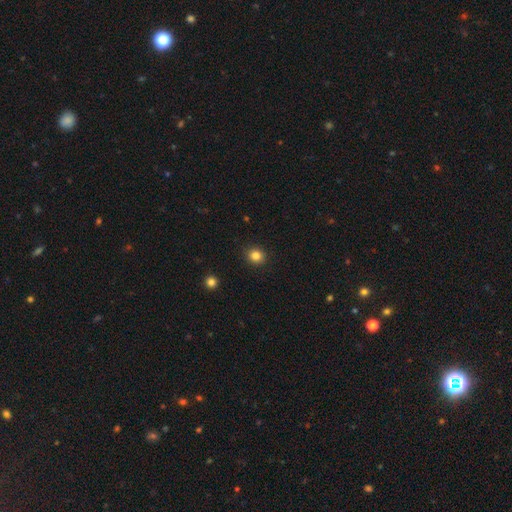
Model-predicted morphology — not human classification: A smooth galaxy with no disk features (84%) that is round (81%).

Vote fractions:
- Smooth or featured? smooth: 84% / star or artifact: 11% / featured or disk: 5%
- How rounded? round: 81% / in between: 18% / cigar-shaped: 1%
- Merging? none: 91% / minor disturbance: 6% / major disturbance: 2% / merger: 1%